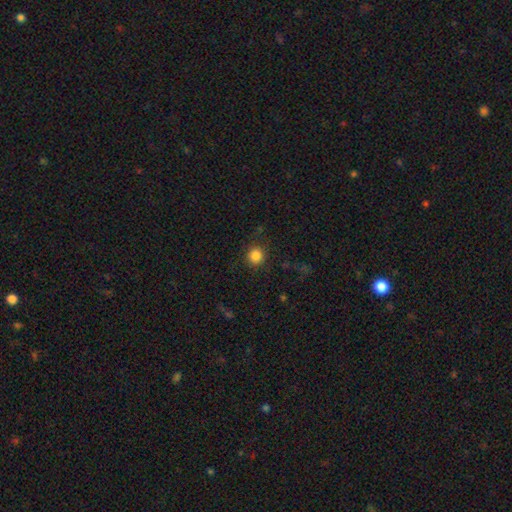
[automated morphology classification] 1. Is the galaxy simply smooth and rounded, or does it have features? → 85% smooth, 11% star or artifact, 4% featured or disk.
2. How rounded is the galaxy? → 91% round, 8% in between, 1% cigar-shaped.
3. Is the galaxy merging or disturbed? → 86% none, 9% minor disturbance, 3% major disturbance, 1% merger.